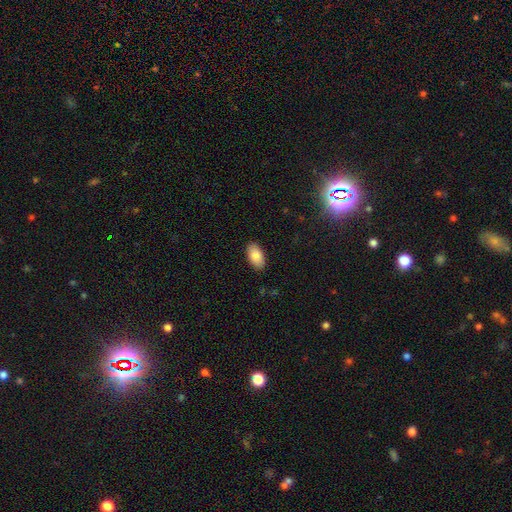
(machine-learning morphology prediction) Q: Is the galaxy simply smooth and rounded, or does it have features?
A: smooth — 86%.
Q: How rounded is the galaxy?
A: in between — 95%.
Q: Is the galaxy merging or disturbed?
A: none — 88%.